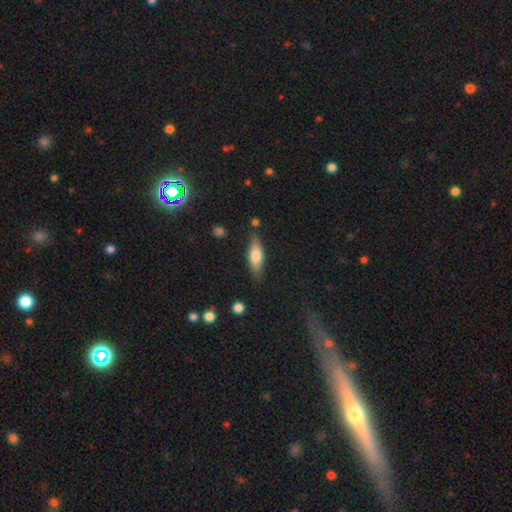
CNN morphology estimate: smooth 64%, featured or disk 30%, star or artifact 6%. Down the decision tree: how rounded — in between (51%); merging — none (81%).